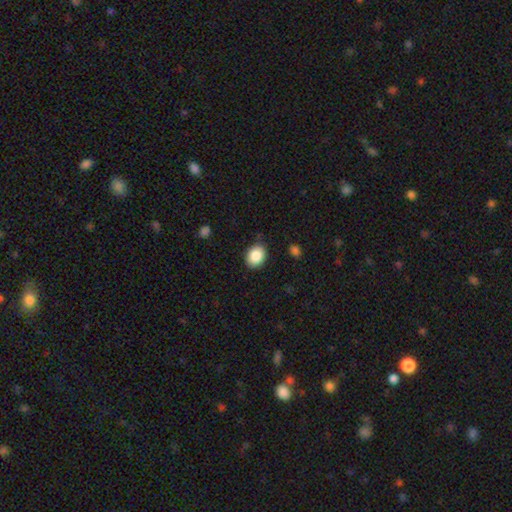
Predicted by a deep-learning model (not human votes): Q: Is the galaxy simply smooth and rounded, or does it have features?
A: smooth — 87%.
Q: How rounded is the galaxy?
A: in between — 63%.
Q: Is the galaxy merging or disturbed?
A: none — 85%.